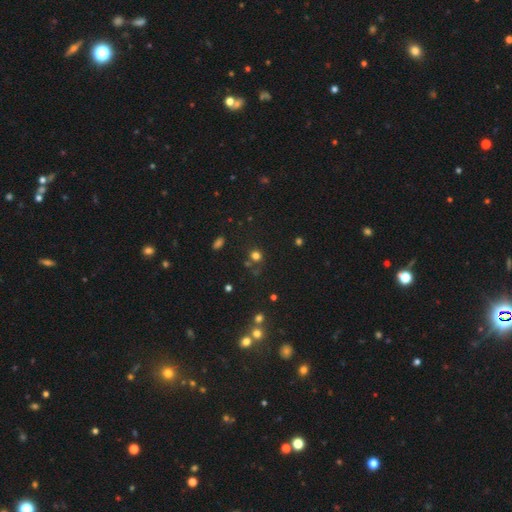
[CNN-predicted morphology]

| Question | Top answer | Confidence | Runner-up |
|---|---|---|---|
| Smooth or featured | smooth | 70% | star or artifact (23%) |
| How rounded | round | 84% | in between (15%) |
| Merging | none | 67% | minor disturbance (13%) |